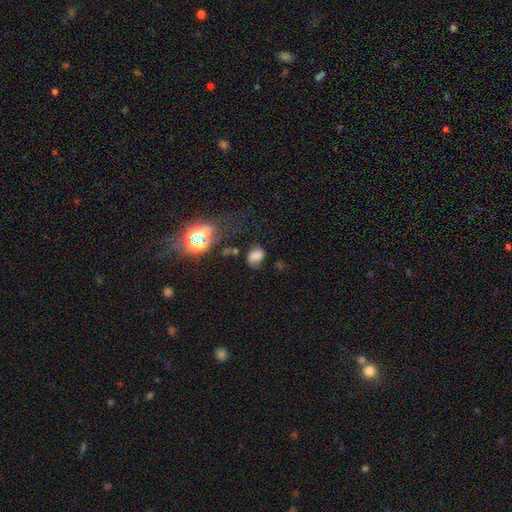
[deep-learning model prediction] smooth-or-featured: smooth: 67% | star or artifact: 18% | featured or disk: 15%
  how-rounded: in between: 64% | round: 35% | cigar-shaped: 1%
  merging: none: 53% | minor disturbance: 27% | major disturbance: 14% | merger: 6%